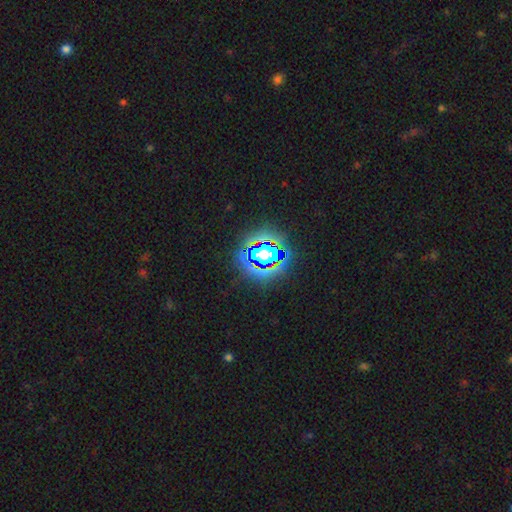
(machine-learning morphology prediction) A star or artifact, not a galaxy (79%).